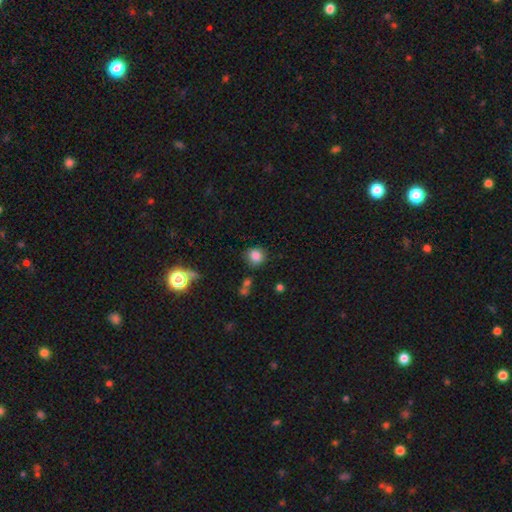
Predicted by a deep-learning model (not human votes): This is clearly a smooth galaxy (83%). How rounded: clearly round (83%). Merging: likely none (78%).